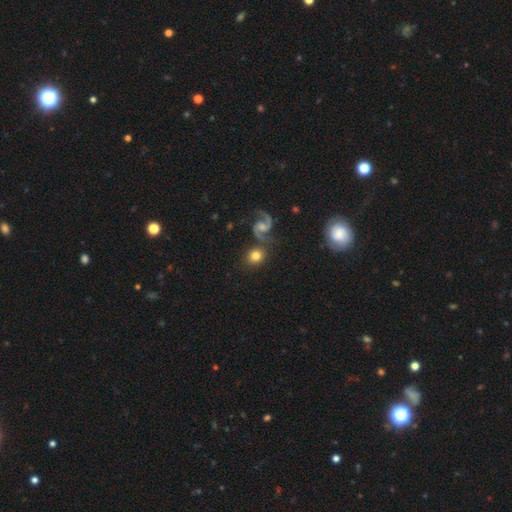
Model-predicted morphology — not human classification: This is likely a smooth galaxy (62%). How rounded: likely round (74%). Merging: likely none (73%).